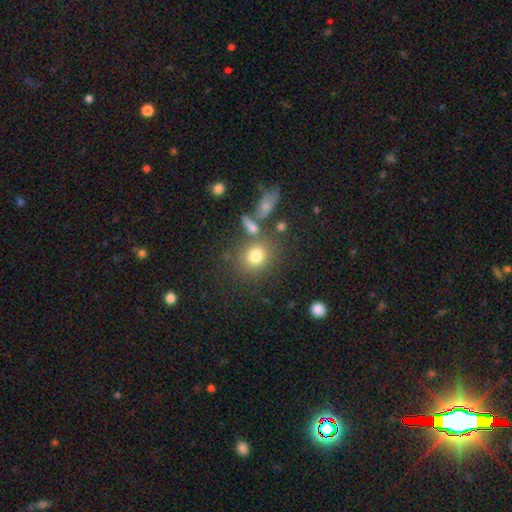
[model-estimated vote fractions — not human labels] Morphology: type=smooth (75%); roundness=round (73%); merging=none (68%).